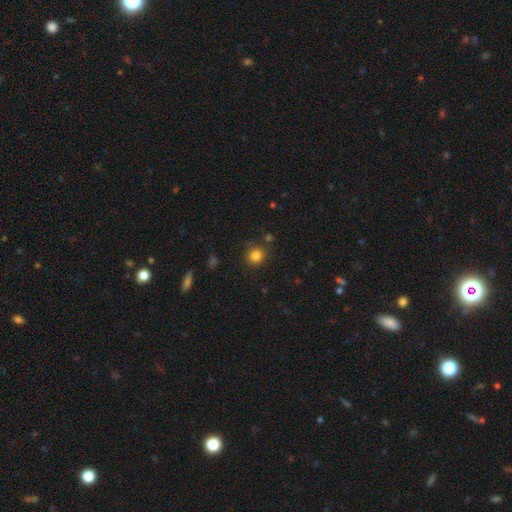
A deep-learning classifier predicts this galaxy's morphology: Smooth or featured? smooth (83%)
How rounded? round (89%)
Merging? none (83%)